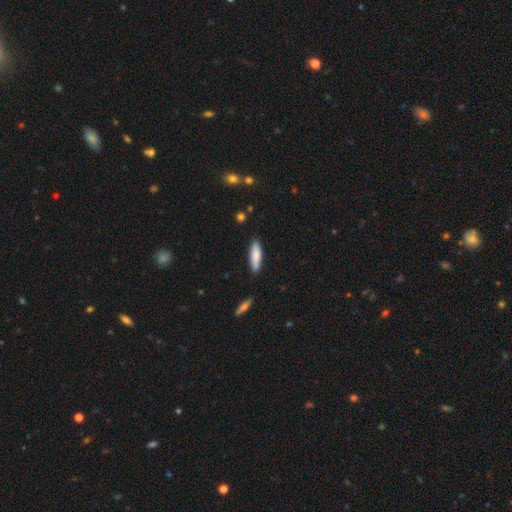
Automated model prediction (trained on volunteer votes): Morphology: type=smooth (83%); roundness=cigar-shaped (55%); merging=none (85%).